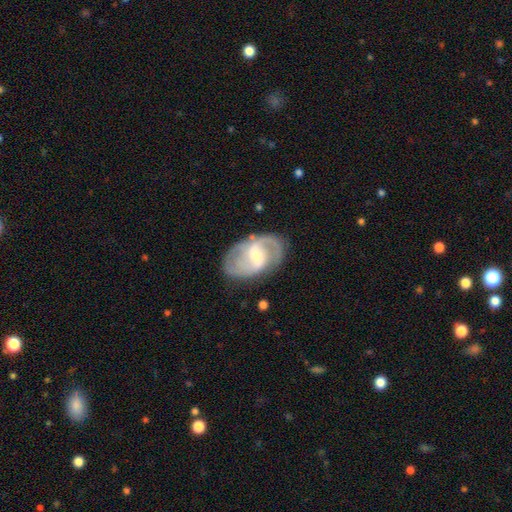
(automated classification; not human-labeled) smooth-or-featured: featured or disk: 81% | smooth: 13% | star or artifact: 5%
  disk-edge-on: no: 97% | yes: 3%
    bar: weak: 56% | strong: 24% | no: 20%
    has-spiral-arms: yes: 92% | no: 8%
      spiral-winding: medium: 49% | loose: 26% | tight: 25%
      spiral-arm-count: 2: 76% | can't tell: 11% | 3: 6% | 1: 5% | 4: 2% | more than 4: 2%
    bulge-size: moderate: 48% | small: 42% | large: 5% | none: 4% | dominant: 1%
  merging: none: 74% | minor disturbance: 17% | major disturbance: 8% | merger: 2%